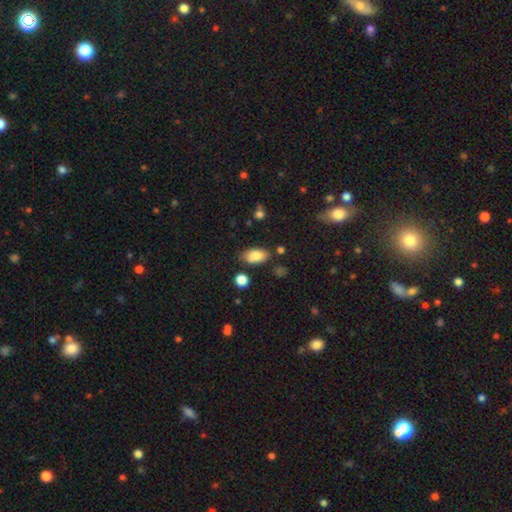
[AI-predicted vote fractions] Smooth or featured?
  - smooth: 82% *
  - featured or disk: 9%
  - star or artifact: 8%
How rounded?
  - in between: 90% *
  - cigar-shaped: 5%
  - round: 5%
Merging?
  - none: 74% *
  - minor disturbance: 17%
  - merger: 5%
  - major disturbance: 4%